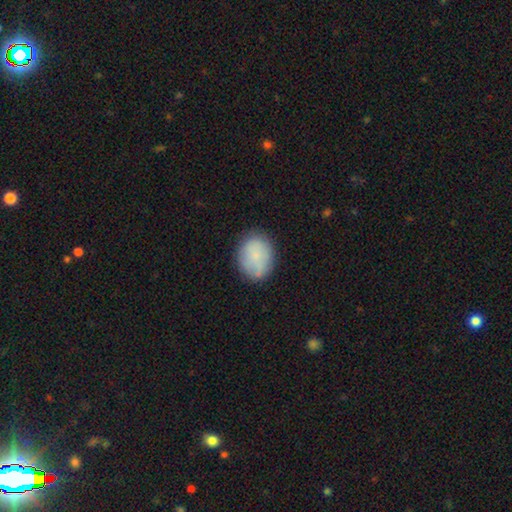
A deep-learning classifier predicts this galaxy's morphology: Smooth or featured?
  - smooth: 77% *
  - featured or disk: 16%
  - star or artifact: 7%
How rounded?
  - round: 51% *
  - in between: 48%
  - cigar-shaped: 1%
Merging?
  - none: 72% *
  - minor disturbance: 20%
  - major disturbance: 5%
  - merger: 3%